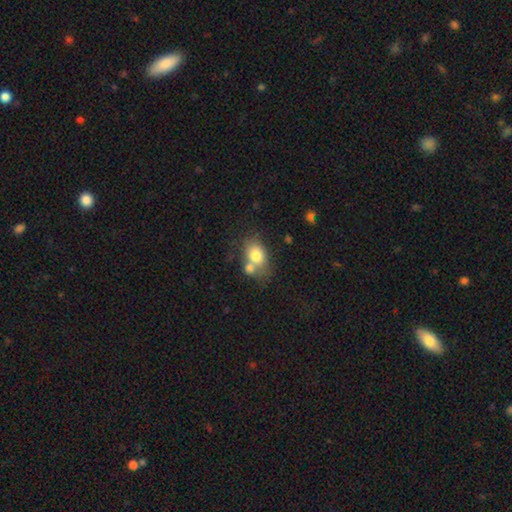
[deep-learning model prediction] smooth_or_featured: smooth (p=0.76) [alt: featured or disk p=0.16]
how_rounded: in between (p=0.69) [alt: round p=0.29]
merging: merger (p=0.41) [tied with: none p=0.41]